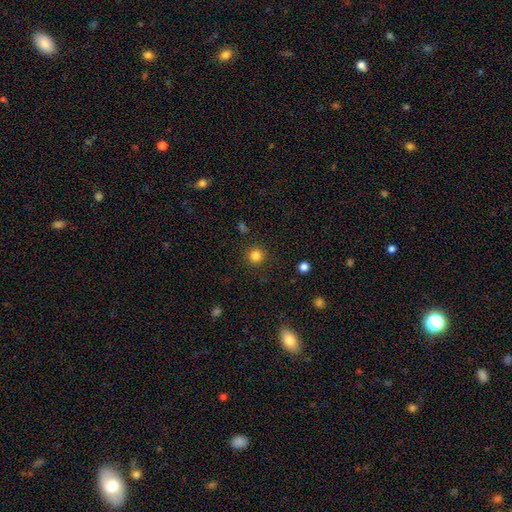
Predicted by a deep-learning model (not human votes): This is clearly a smooth galaxy (83%). How rounded: clearly round (94%). Merging: clearly none (90%).